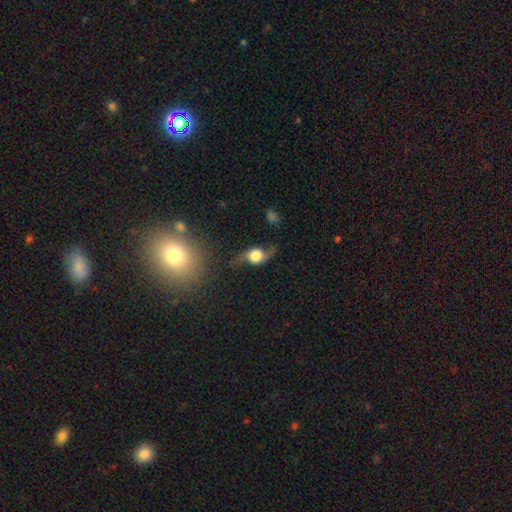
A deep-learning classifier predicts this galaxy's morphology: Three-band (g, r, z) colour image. It shows a featured or disk galaxy (70%) with no bar (72%), 2 (92%) loose (87%) spiral arms (90%) and a large central bulge (53%). Merging: none (63%).